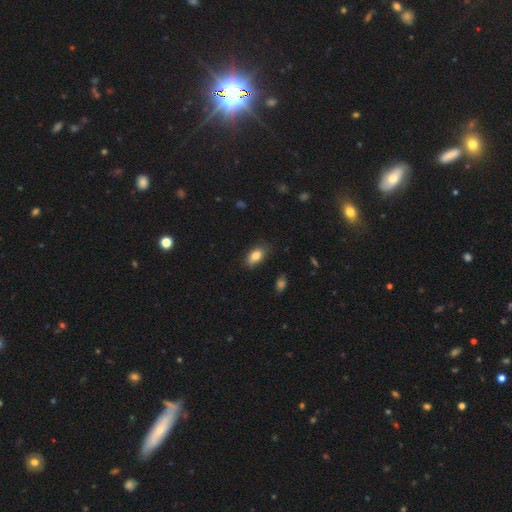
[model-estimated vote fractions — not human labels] Smooth or featured? smooth (83%)
How rounded? in between (88%)
Merging? none (70%)